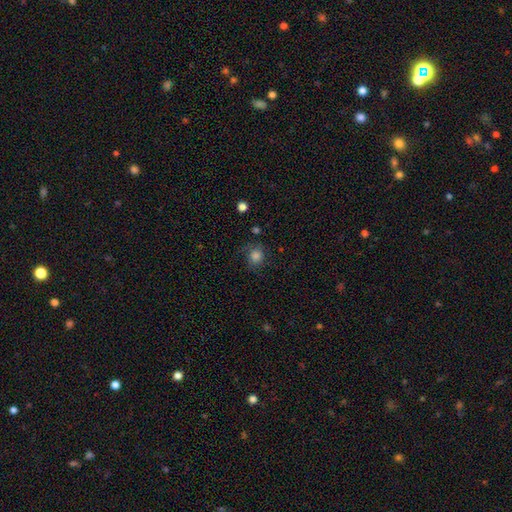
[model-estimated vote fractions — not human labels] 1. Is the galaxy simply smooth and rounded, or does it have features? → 81% smooth, 11% star or artifact, 8% featured or disk.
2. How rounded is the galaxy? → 83% round, 16% in between, 1% cigar-shaped.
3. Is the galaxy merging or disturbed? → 69% none, 20% minor disturbance, 9% major disturbance, 2% merger.